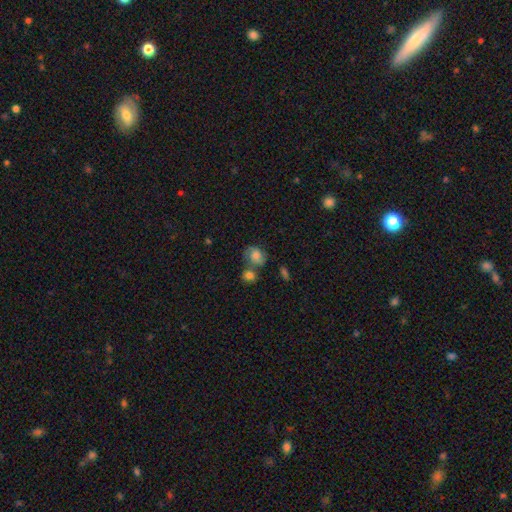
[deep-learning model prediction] A smooth galaxy with no disk features (53%) that is round (51%).

Vote fractions:
- Smooth or featured? smooth: 53% / featured or disk: 36% / star or artifact: 11%
- How rounded? round: 51% / in between: 47% / cigar-shaped: 1%
- Merging? none: 45% / merger: 27% / minor disturbance: 19% / major disturbance: 9%